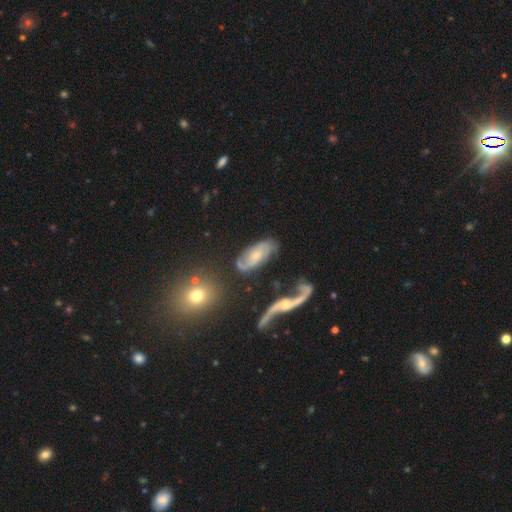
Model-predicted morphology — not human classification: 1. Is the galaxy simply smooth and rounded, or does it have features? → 71% featured or disk, 21% smooth, 8% star or artifact.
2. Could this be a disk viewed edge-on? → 92% no, 8% yes.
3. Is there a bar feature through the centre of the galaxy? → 57% no, 34% weak, 8% strong.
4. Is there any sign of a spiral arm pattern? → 90% yes, 10% no.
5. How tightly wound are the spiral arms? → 53% loose, 32% medium, 16% tight.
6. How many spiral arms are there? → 79% 2, 9% can't tell, 5% 1, 4% 3, 2% 4, 1% more than 4.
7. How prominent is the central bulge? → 59% small, 33% moderate, 5% none, 2% large, 1% dominant.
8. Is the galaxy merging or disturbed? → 59% none, 21% minor disturbance, 12% major disturbance, 9% merger.